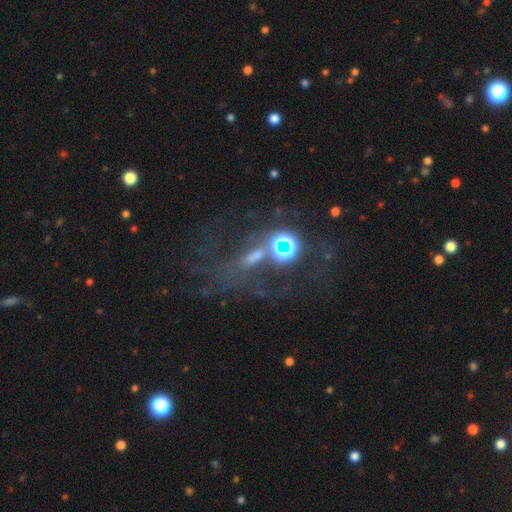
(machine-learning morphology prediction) The model was most divided on "smooth or featured": star or artifact: 44%, featured or disk: 32%, smooth: 24%.